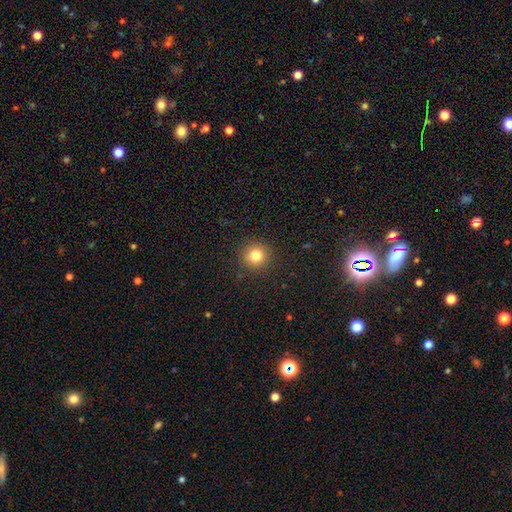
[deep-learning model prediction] Smooth or featured?
  - smooth: 81% *
  - star or artifact: 12%
  - featured or disk: 6%
How rounded?
  - round: 94% *
  - in between: 5%
  - cigar-shaped: 1%
Merging?
  - none: 91% *
  - minor disturbance: 6%
  - major disturbance: 2%
  - merger: 1%